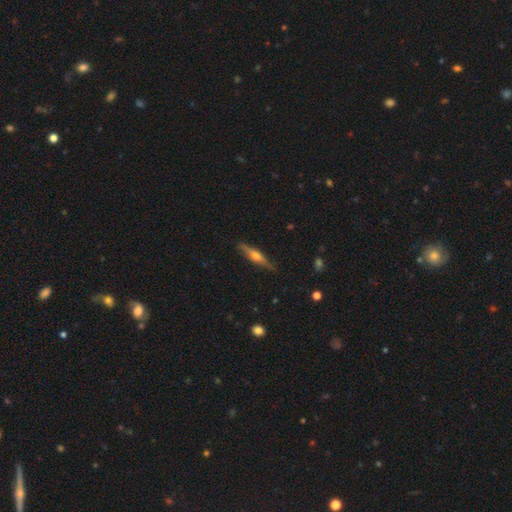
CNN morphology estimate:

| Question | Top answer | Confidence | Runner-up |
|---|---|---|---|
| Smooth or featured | featured or disk | 68% | smooth (26%) |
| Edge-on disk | yes | 96% | no (4%) |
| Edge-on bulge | rounded | 90% | boxy (6%) |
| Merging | none | 87% | minor disturbance (10%) |